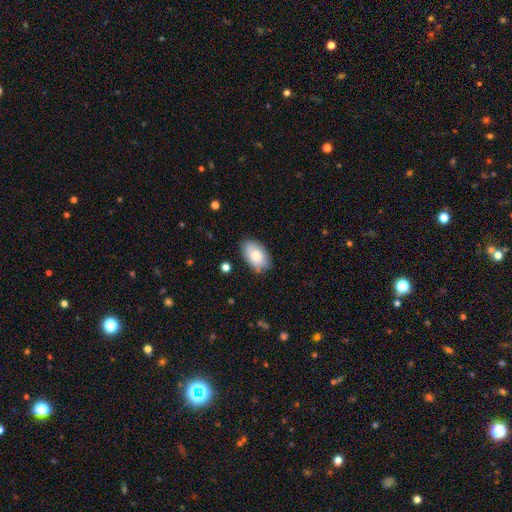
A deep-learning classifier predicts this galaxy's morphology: smooth-or-featured: smooth: 79% | featured or disk: 14% | star or artifact: 7%
  how-rounded: in between: 92% | round: 7% | cigar-shaped: 1%
  merging: none: 80% | minor disturbance: 15% | major disturbance: 3% | merger: 2%